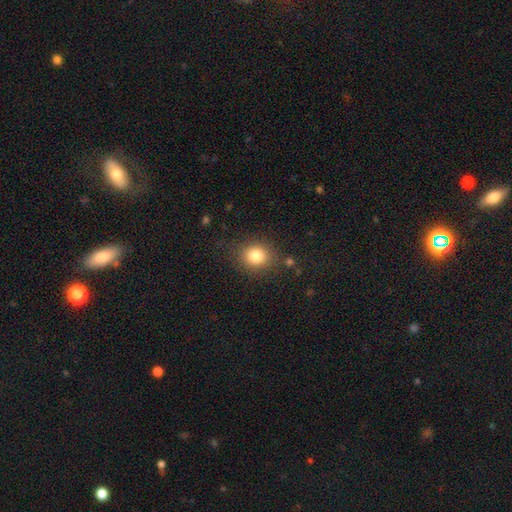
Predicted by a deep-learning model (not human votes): Smooth or featured?
  - smooth: 82% *
  - star or artifact: 11%
  - featured or disk: 7%
How rounded?
  - round: 76% *
  - in between: 24%
  - cigar-shaped: 1%
Merging?
  - none: 84% *
  - minor disturbance: 10%
  - major disturbance: 4%
  - merger: 2%